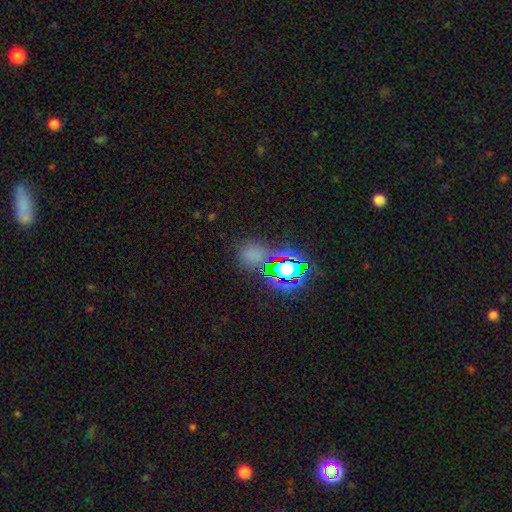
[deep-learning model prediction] Smooth or featured: star or artifact — 49% (smooth — 44%)